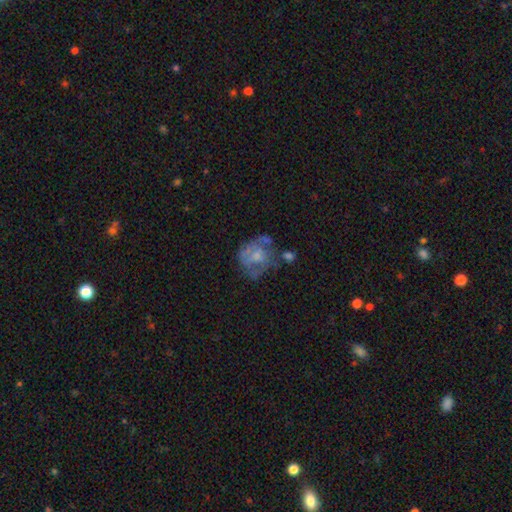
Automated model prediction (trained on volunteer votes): Q: Smooth or featured?
A: featured or disk (58%); runner-up: smooth (33%)
Q: Edge-on disk?
A: no (98%); runner-up: yes (2%)
Q: Bar?
A: no (79%); runner-up: weak (18%)
Q: Spiral arms?
A: no (56%); runner-up: yes (44%)
Q: Bulge size?
A: small (39%); runner-up: moderate (38%)
Q: Merging?
A: none (38%); runner-up: major disturbance (27%)